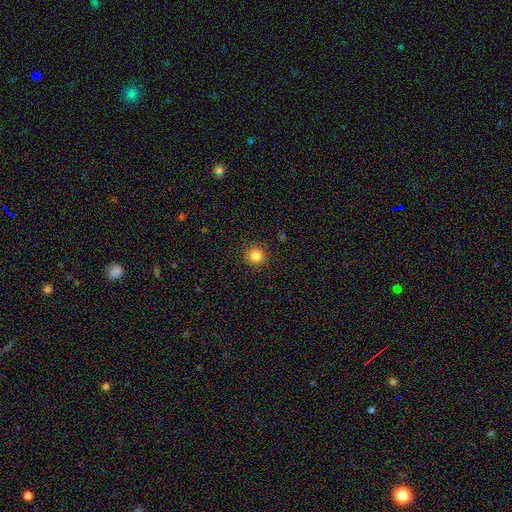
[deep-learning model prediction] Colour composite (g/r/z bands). It shows a smooth galaxy with no disk features (84%) that is round (93%). Merging: none (91%).